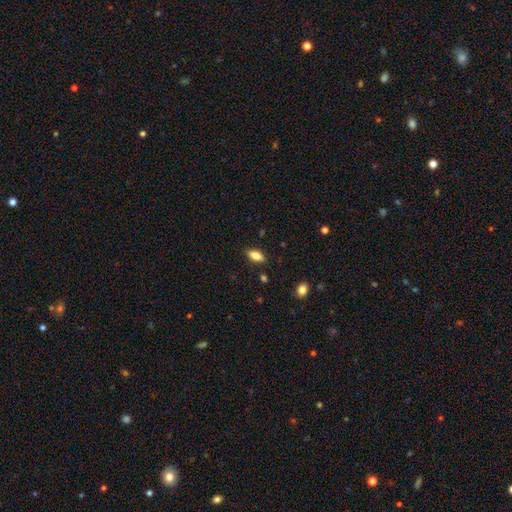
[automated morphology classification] type=smooth (74%); roundness=in between (85%); merging=none (86%).